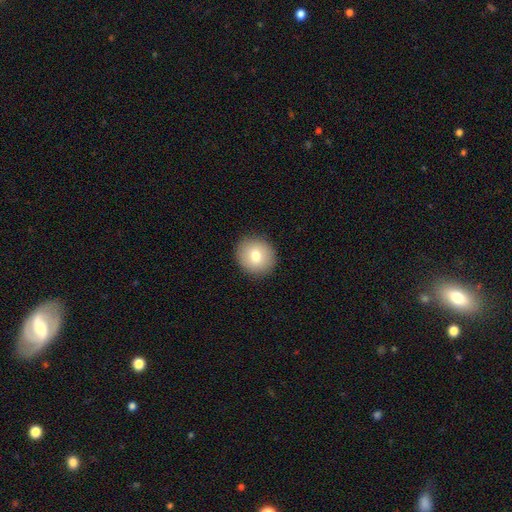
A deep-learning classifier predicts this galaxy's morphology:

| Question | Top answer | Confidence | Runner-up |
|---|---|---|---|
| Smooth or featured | smooth | 76% | featured or disk (14%) |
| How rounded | round | 89% | in between (10%) |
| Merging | none | 91% | minor disturbance (6%) |